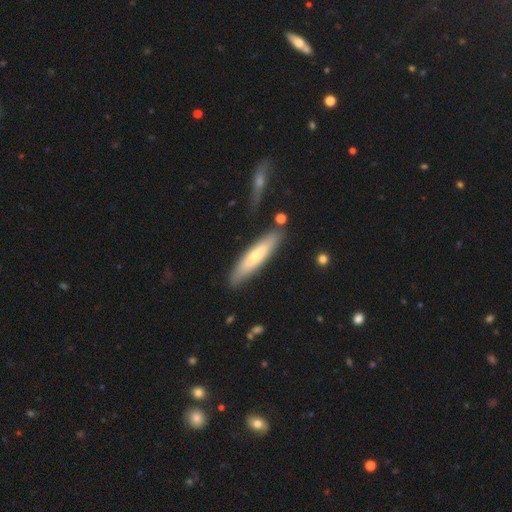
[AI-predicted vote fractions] Q: Smooth or featured?
A: smooth (57%); runner-up: featured or disk (38%)
Q: How rounded?
A: cigar-shaped (78%); runner-up: in between (20%)
Q: Merging?
A: none (84%); runner-up: minor disturbance (10%)